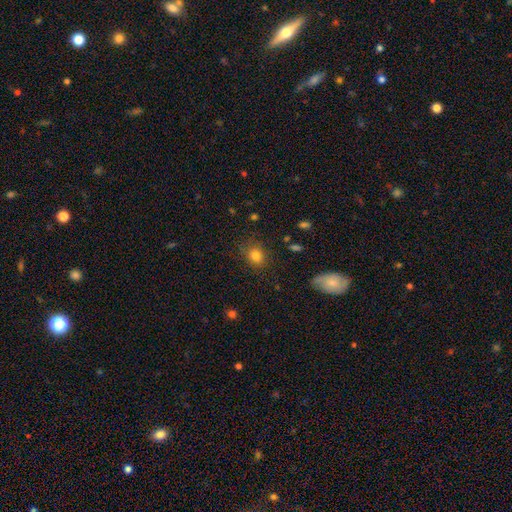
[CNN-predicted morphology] Overall: smooth (81%). How rounded: round (60%; in between 39%). Merging: none (80%).